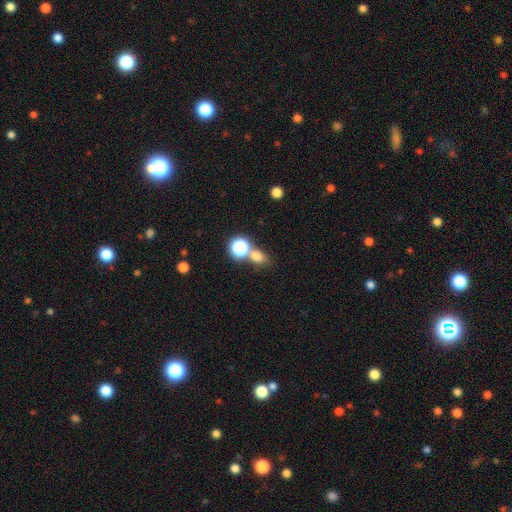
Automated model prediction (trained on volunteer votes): Smooth or featured? Predicted: smooth (p=0.71). How rounded? Predicted: in between (p=0.52). Merging? Predicted: none (p=0.57).